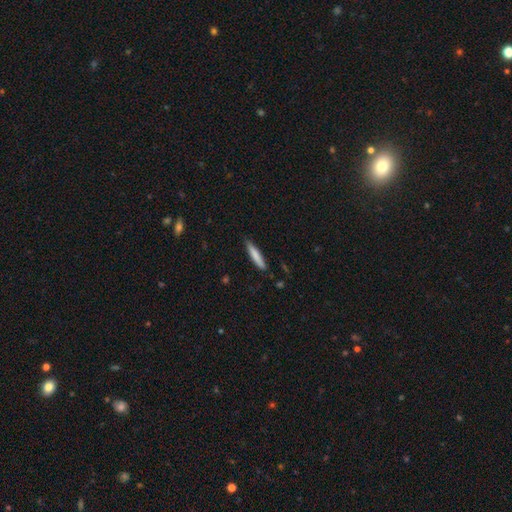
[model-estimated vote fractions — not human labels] Q: Smooth or featured?
A: smooth (79%); runner-up: featured or disk (16%)
Q: How rounded?
A: cigar-shaped (90%); runner-up: in between (9%)
Q: Merging?
A: none (83%); runner-up: minor disturbance (14%)